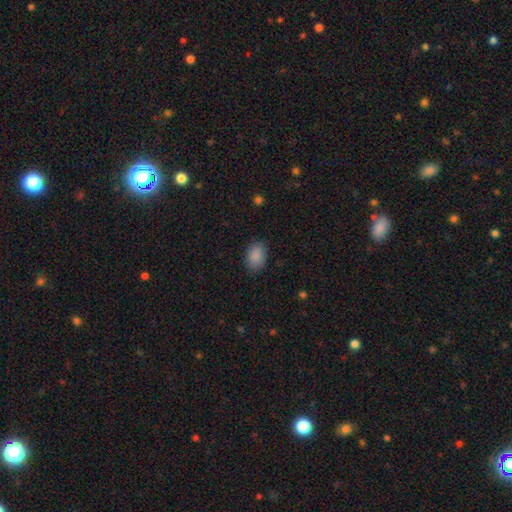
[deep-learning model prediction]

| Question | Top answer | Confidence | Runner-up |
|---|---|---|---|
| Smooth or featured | smooth | 89% | star or artifact (7%) |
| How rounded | in between | 82% | round (17%) |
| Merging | none | 85% | minor disturbance (12%) |